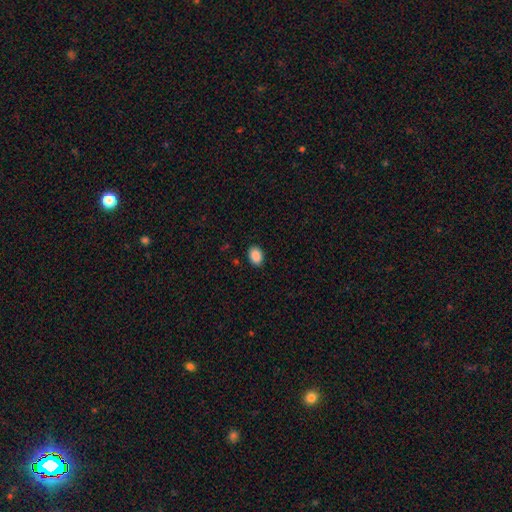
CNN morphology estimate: smooth-or-featured: smooth: 89% | star or artifact: 8% | featured or disk: 3%
  how-rounded: in between: 78% | round: 21% | cigar-shaped: 1%
  merging: none: 88% | minor disturbance: 9% | major disturbance: 2% | merger: 1%